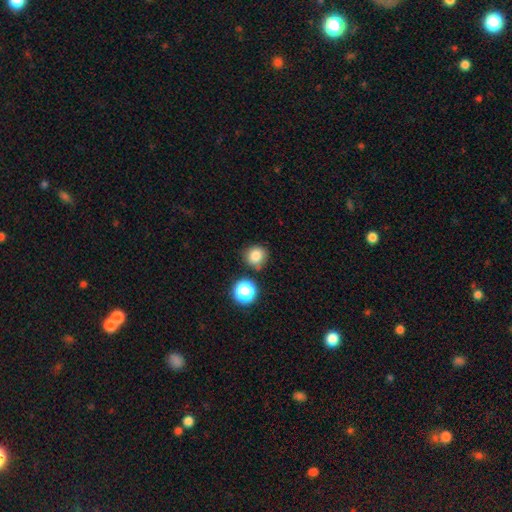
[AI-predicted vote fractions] This is clearly a smooth galaxy (81%). How rounded: clearly round (89%). Merging: likely none (79%).